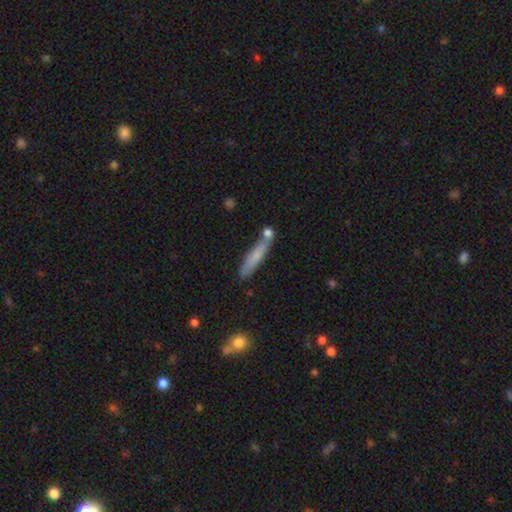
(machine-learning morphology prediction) A smooth galaxy with no disk features (69%) that is cigar-shaped (89%). Merging: none (71%).